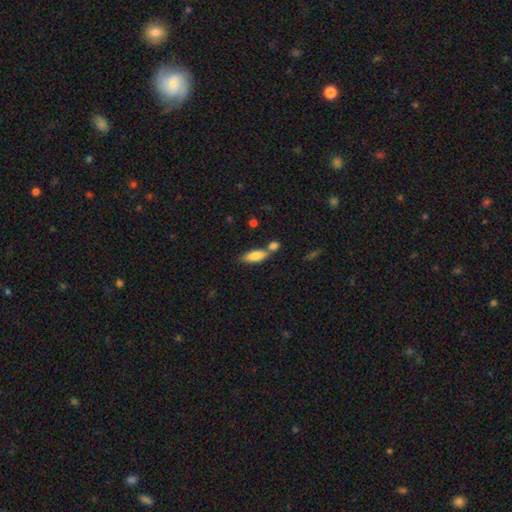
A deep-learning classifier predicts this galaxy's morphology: Q: Smooth or featured?
A: smooth (80%); runner-up: featured or disk (13%)
Q: How rounded?
A: in between (68%); runner-up: cigar-shaped (30%)
Q: Merging?
A: none (51%); runner-up: merger (31%)